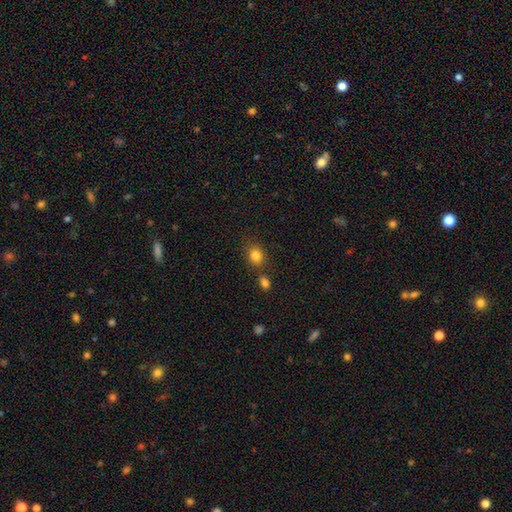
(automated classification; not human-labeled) Smooth or featured? smooth (83%)
How rounded? in between (51%)
Merging? none (66%)